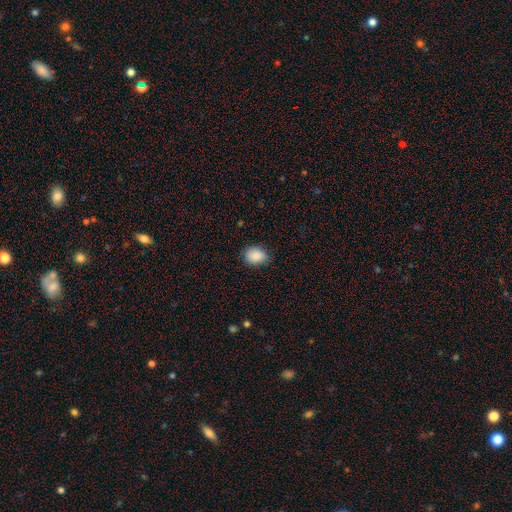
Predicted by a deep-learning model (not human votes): smooth_or_featured: smooth (p=0.89) [alt: star or artifact p=0.08]
how_rounded: in between (p=0.63) [alt: round p=0.36]
merging: none (p=0.77) [alt: minor disturbance p=0.18]